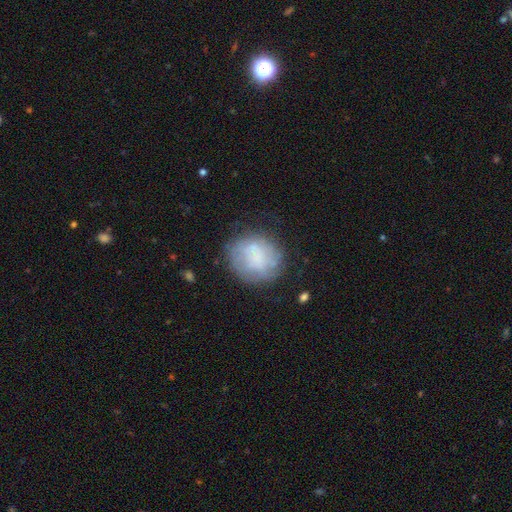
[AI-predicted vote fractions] smooth-or-featured: smooth: 57% | featured or disk: 33% | star or artifact: 10%
  how-rounded: round: 79% | in between: 20% | cigar-shaped: 1%
  merging: none: 68% | minor disturbance: 20% | major disturbance: 10% | merger: 3%